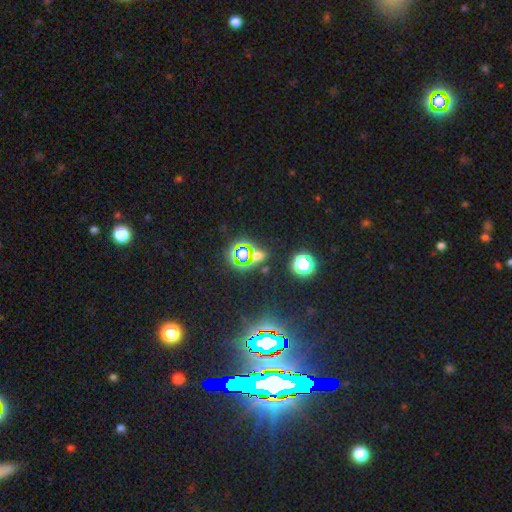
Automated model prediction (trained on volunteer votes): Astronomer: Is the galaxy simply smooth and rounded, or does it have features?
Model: star or artifact — 63%.